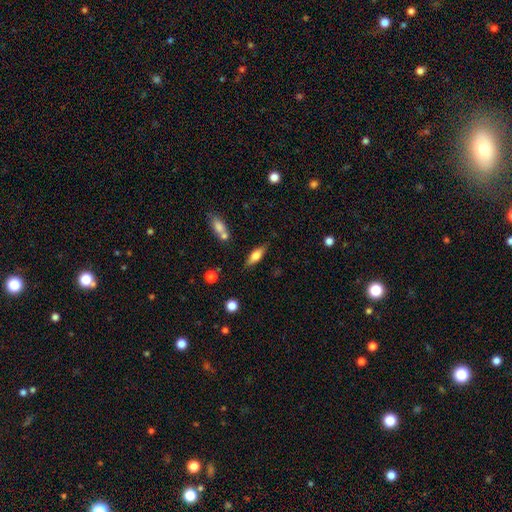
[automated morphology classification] smooth 61%, featured or disk 31%, star or artifact 7%. Down the decision tree: how rounded — in between (65%); merging — none (77%).